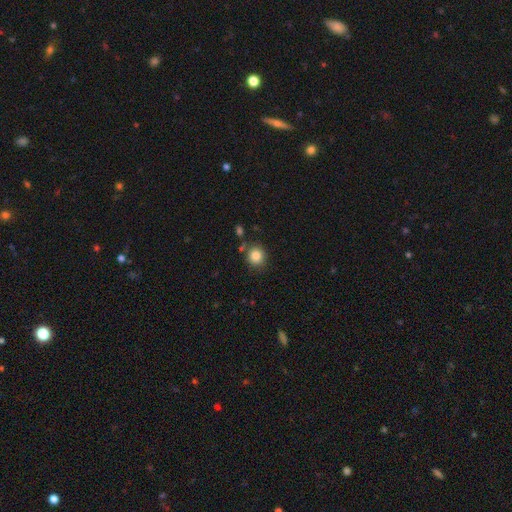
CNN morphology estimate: smooth-or-featured: smooth: 85% | star or artifact: 10% | featured or disk: 5%
  how-rounded: round: 89% | in between: 10% | cigar-shaped: 1%
  merging: none: 80% | minor disturbance: 10% | merger: 6% | major disturbance: 3%